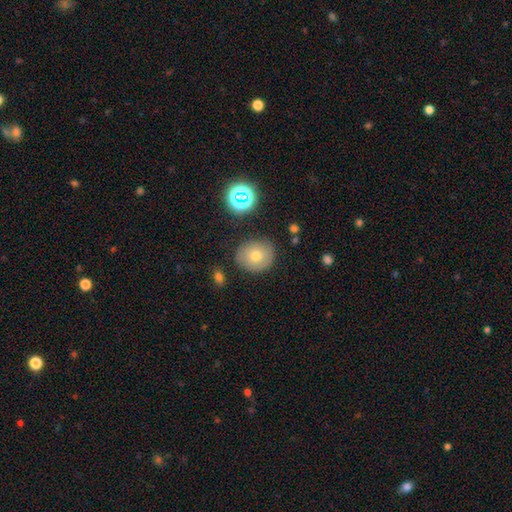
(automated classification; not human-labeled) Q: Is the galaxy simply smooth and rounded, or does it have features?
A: smooth — 62%.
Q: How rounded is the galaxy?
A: round — 82%.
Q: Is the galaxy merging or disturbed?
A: none — 80%.